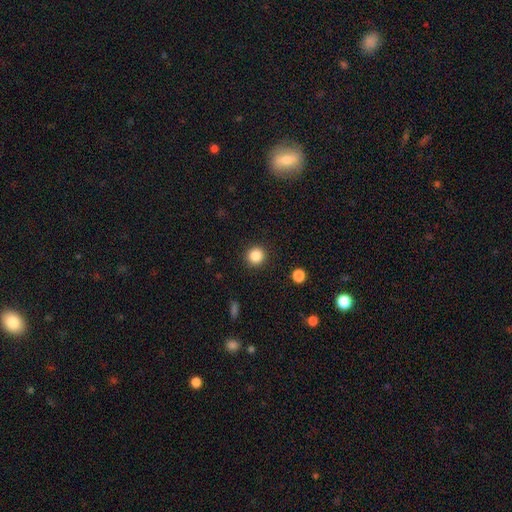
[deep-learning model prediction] smooth-or-featured: smooth: 85% | star or artifact: 11% | featured or disk: 4%
  how-rounded: round: 94% | in between: 5% | cigar-shaped: 1%
  merging: none: 91% | minor disturbance: 5% | major disturbance: 2% | merger: 1%